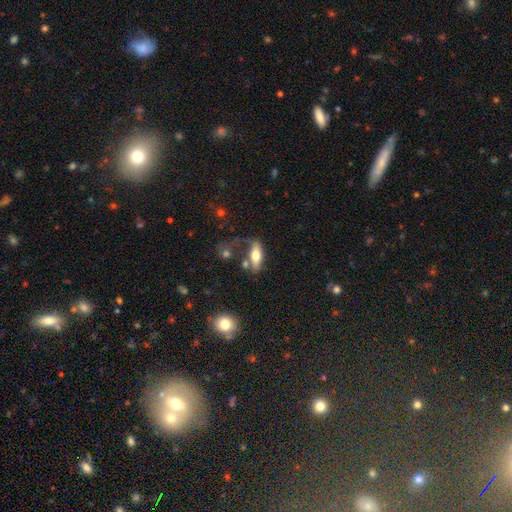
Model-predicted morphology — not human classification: Smooth or featured? Predicted: smooth (p=0.62). How rounded? Predicted: in between (p=0.68). Merging? Predicted: none (p=0.51).